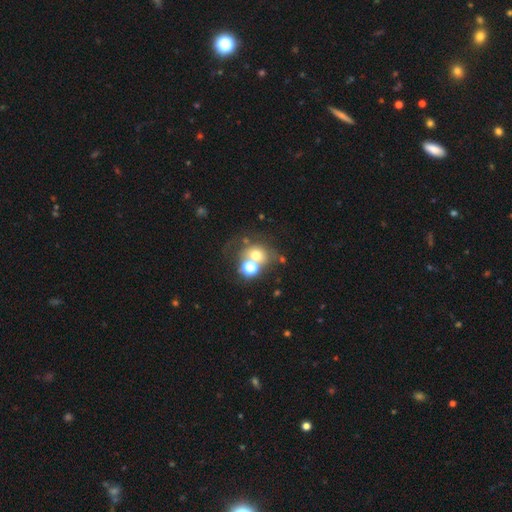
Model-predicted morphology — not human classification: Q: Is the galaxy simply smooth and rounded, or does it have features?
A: smooth — 60%.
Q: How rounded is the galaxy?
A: round — 71%.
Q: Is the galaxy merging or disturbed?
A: none — 40%.